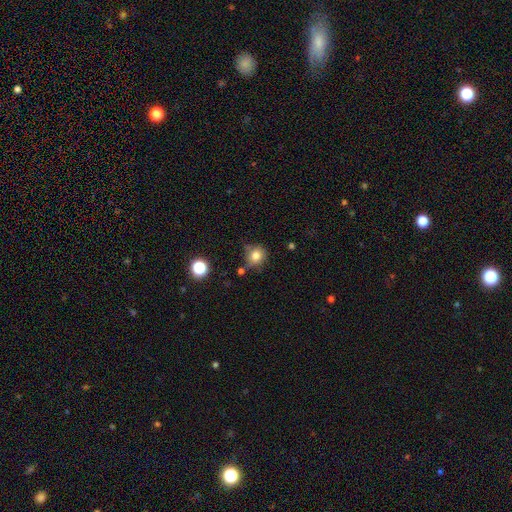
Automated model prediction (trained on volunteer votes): Q: Smooth or featured?
A: smooth (80%); runner-up: star or artifact (12%)
Q: How rounded?
A: round (83%); runner-up: in between (16%)
Q: Merging?
A: none (65%); runner-up: minor disturbance (22%)